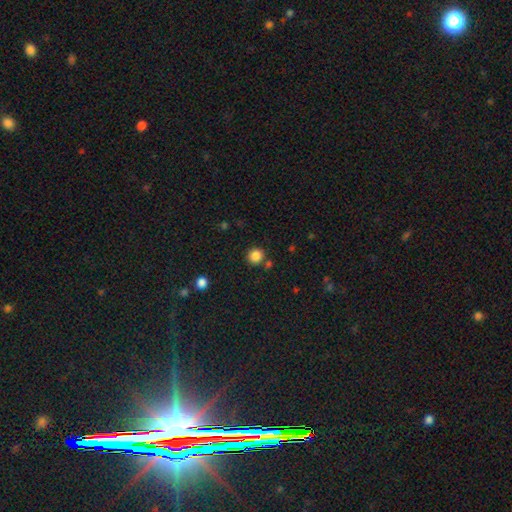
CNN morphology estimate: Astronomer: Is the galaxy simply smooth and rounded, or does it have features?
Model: smooth — 85%.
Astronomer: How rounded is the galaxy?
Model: round — 88%.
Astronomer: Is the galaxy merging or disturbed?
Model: none — 81%.